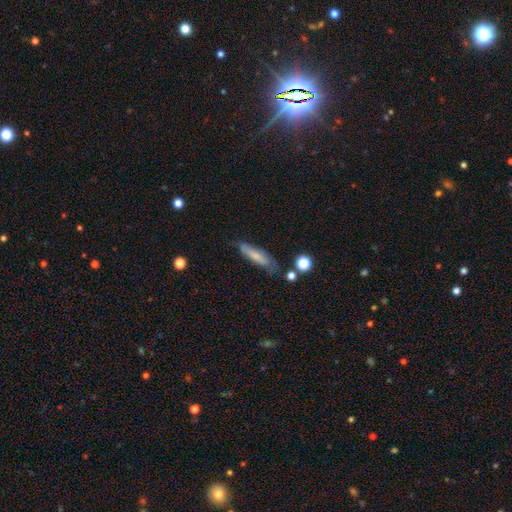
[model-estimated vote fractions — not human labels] Smooth or featured? smooth (65%)
How rounded? cigar-shaped (75%)
Merging? none (65%)